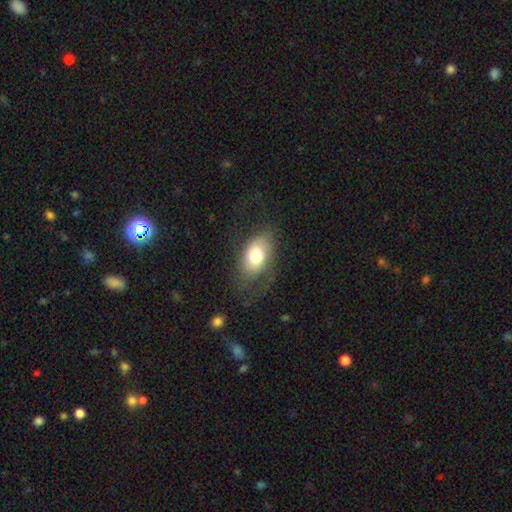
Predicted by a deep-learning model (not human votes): Smooth or featured?
  - smooth: 67% *
  - featured or disk: 25%
  - star or artifact: 8%
How rounded?
  - in between: 87% *
  - round: 11%
  - cigar-shaped: 2%
Merging?
  - none: 57% *
  - minor disturbance: 23%
  - major disturbance: 19%
  - merger: 1%